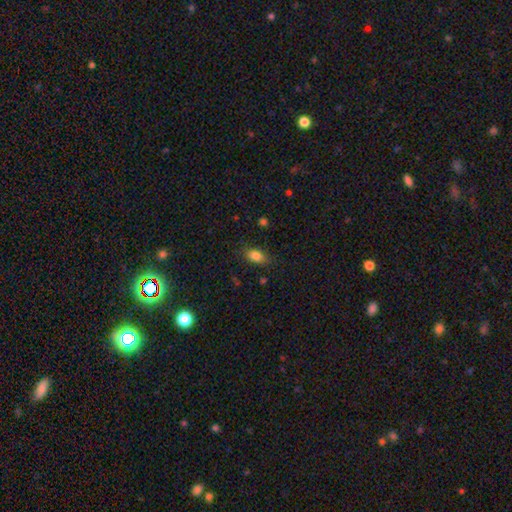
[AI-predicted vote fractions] A smooth galaxy with no disk features (83%) that is in between round and cigar-shaped (85%). Merging: none (81%).